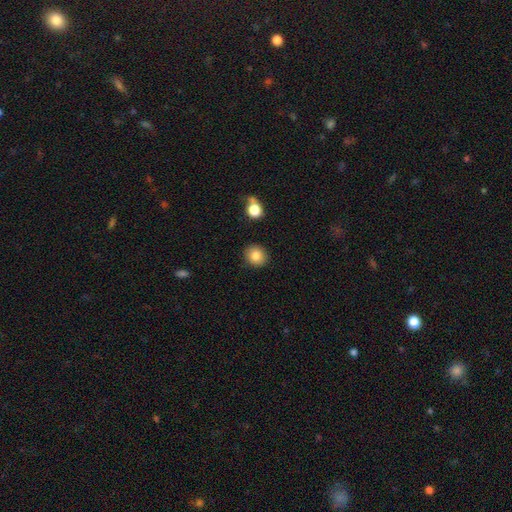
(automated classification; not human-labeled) Smooth or featured? smooth (84%)
How rounded? round (81%)
Merging? none (89%)